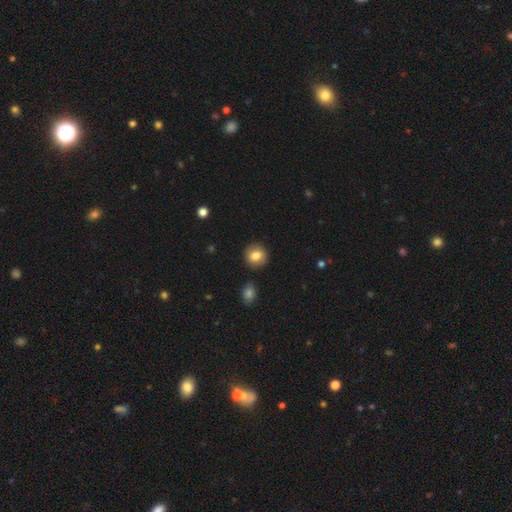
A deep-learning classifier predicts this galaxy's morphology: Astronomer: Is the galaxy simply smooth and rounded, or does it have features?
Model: smooth — 83%.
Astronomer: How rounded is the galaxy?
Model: round — 86%.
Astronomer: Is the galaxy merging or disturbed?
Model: none — 88%.